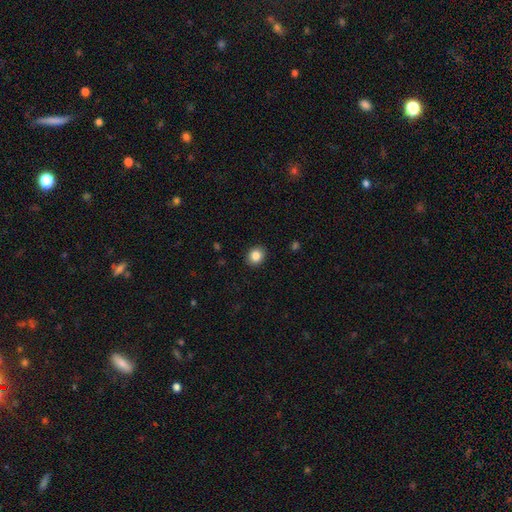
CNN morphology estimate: This appears to be a smooth galaxy with no disk features (85%) that is round (74%). Merging: none (91%).